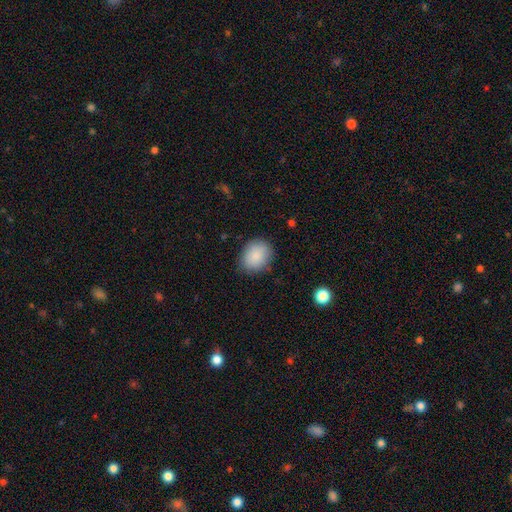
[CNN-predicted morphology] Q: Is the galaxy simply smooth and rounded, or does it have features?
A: smooth — 86%.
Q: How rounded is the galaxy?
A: in between — 50%.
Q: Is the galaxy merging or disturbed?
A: none — 82%.